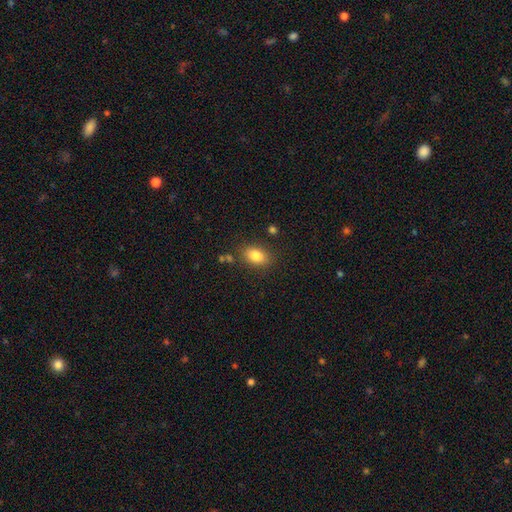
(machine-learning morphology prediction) Smooth or featured: smooth — 83% (star or artifact — 9%)
How rounded: in between — 82% (round — 16%)
Merging: none — 83% (minor disturbance — 11%)